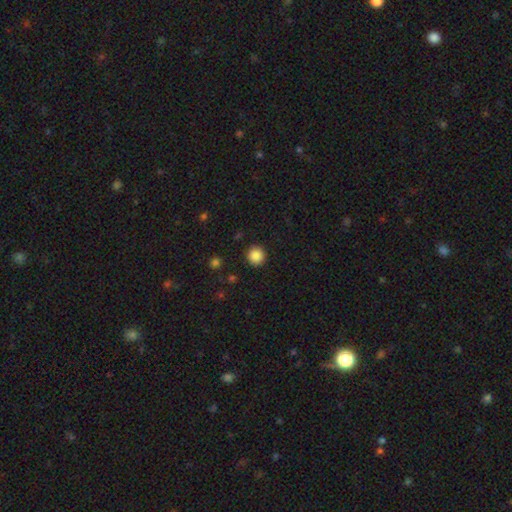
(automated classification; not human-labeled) Smooth or featured: smooth — 87% (star or artifact — 10%)
How rounded: round — 94% (in between — 5%)
Merging: none — 92% (minor disturbance — 5%)